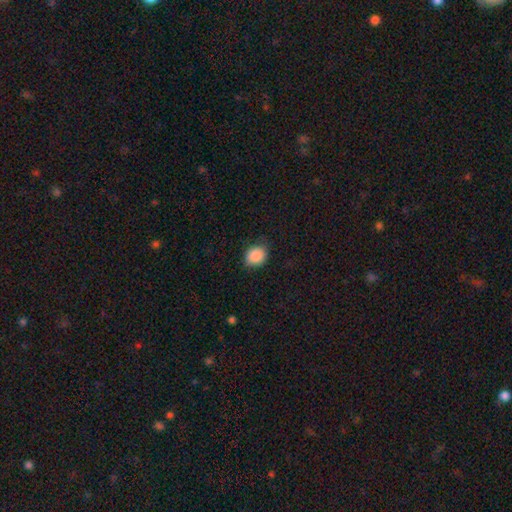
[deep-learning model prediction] Morphology: type=smooth (89%); roundness=round (60%); merging=none (78%).